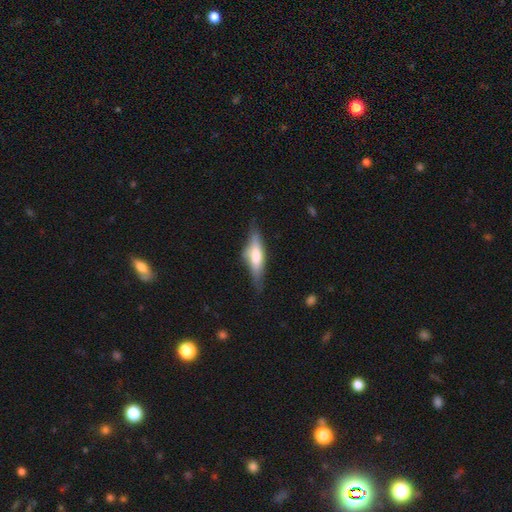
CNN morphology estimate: Overall: smooth (49%; featured or disk 45%). Merging: none (66%).